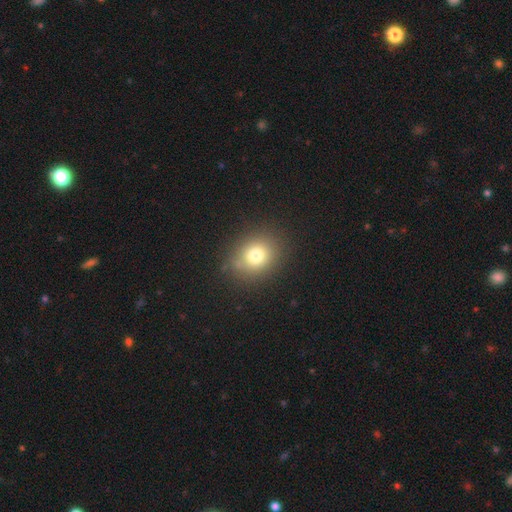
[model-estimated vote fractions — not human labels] Overall: smooth (75%). How rounded: round (65%; in between 34%). Merging: none (83%).